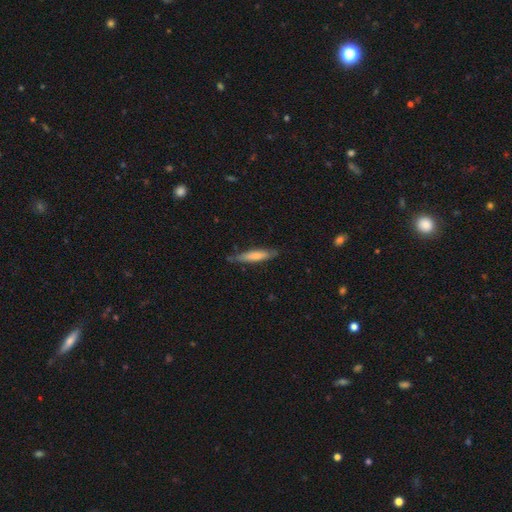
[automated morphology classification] smooth 67%, featured or disk 28%, star or artifact 5%. Down the decision tree: how rounded — cigar-shaped (84%); merging — none (77%).